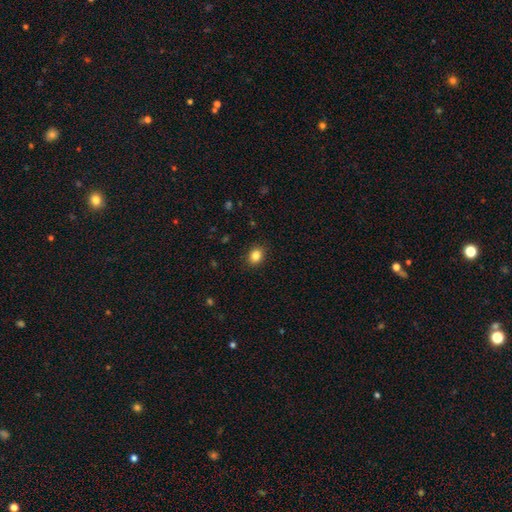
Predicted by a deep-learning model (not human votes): Smooth or featured? Predicted: smooth (p=0.85). How rounded? Predicted: round (p=0.50). Merging? Predicted: none (p=0.89).